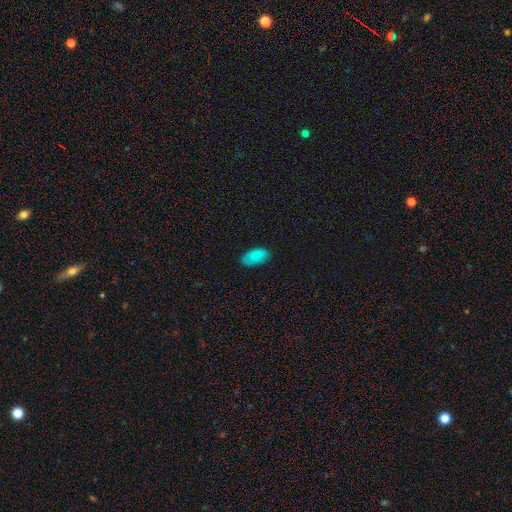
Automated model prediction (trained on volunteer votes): This appears to be a smooth galaxy with no disk features (86%) that is in between round and cigar-shaped (95%). Merging: none (81%).